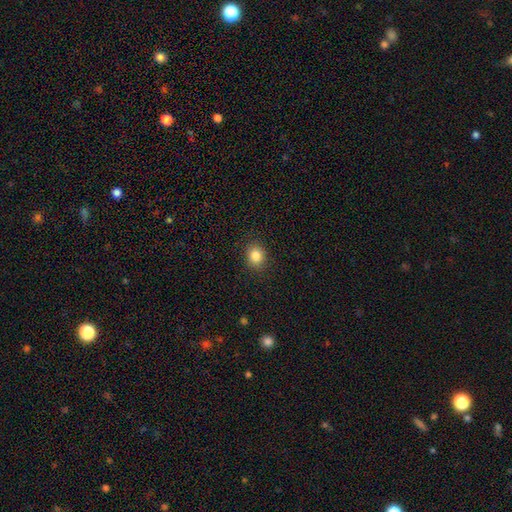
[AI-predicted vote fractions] smooth_or_featured: smooth (p=0.84) [alt: star or artifact p=0.10]
how_rounded: round (p=0.65) [alt: in between p=0.34]
merging: none (p=0.89) [alt: minor disturbance p=0.07]